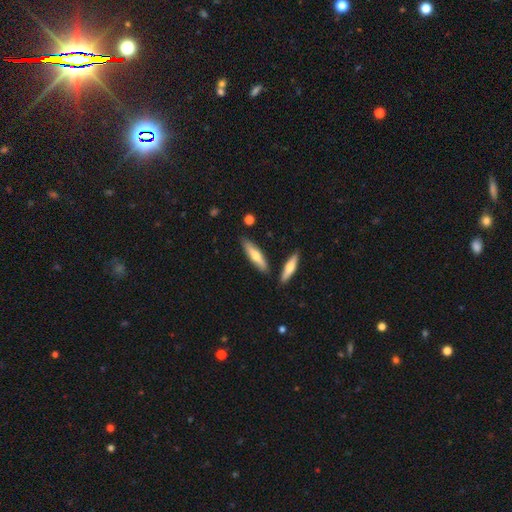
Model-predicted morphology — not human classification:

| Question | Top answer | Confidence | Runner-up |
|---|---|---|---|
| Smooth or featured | smooth | 59% | featured or disk (35%) |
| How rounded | cigar-shaped | 73% | in between (26%) |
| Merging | none | 80% | minor disturbance (11%) |